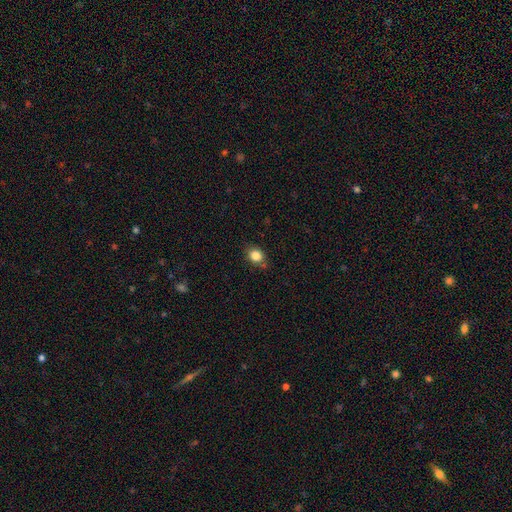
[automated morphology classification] smooth 84%, star or artifact 11%, featured or disk 6%. Down the decision tree: how rounded — round (62%); merging — none (77%).